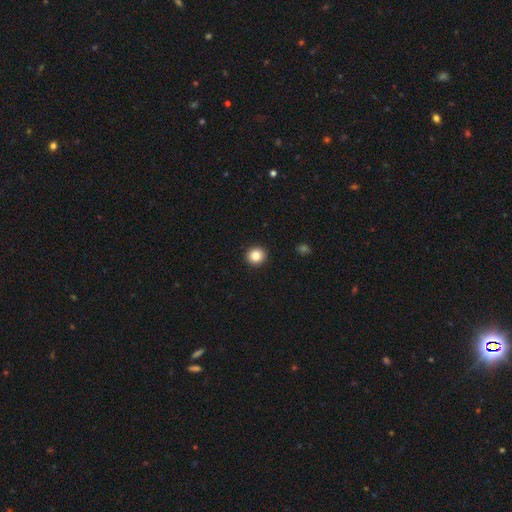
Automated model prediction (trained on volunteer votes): Morphology: type=smooth (85%); roundness=round (89%); merging=none (93%).